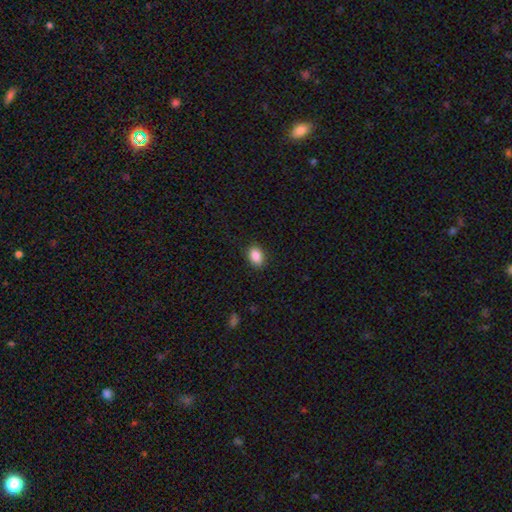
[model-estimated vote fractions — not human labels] Smooth or featured?
  - smooth: 89% *
  - star or artifact: 8%
  - featured or disk: 3%
How rounded?
  - in between: 81% *
  - round: 18%
  - cigar-shaped: 1%
Merging?
  - none: 88% *
  - minor disturbance: 9%
  - major disturbance: 2%
  - merger: 1%